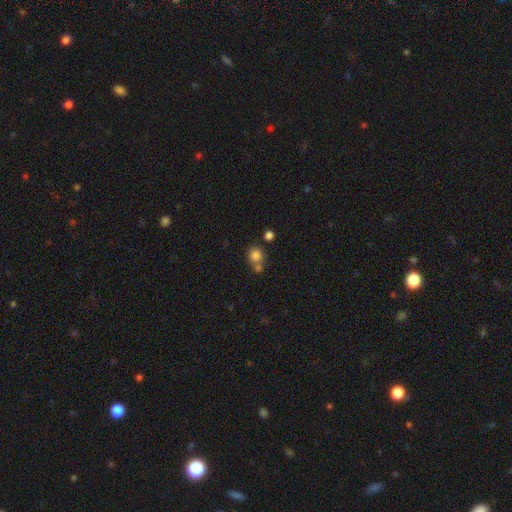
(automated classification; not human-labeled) Morphology: type=smooth (81%); roundness=round (85%); merging=none (57%).